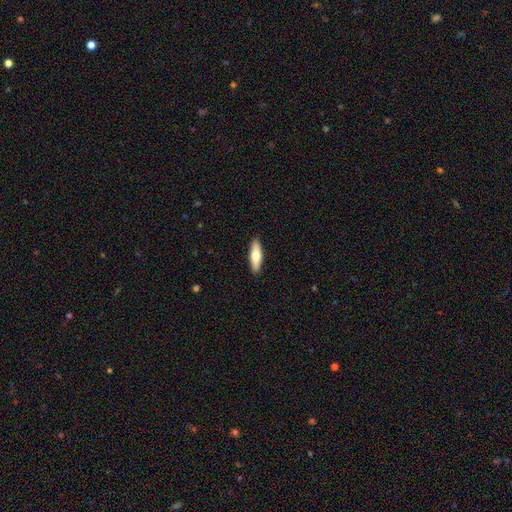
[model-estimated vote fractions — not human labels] smooth_or_featured: smooth (p=0.67) [alt: featured or disk p=0.28]
how_rounded: cigar-shaped (p=0.53) [alt: in between p=0.45]
merging: none (p=0.90) [alt: minor disturbance p=0.07]